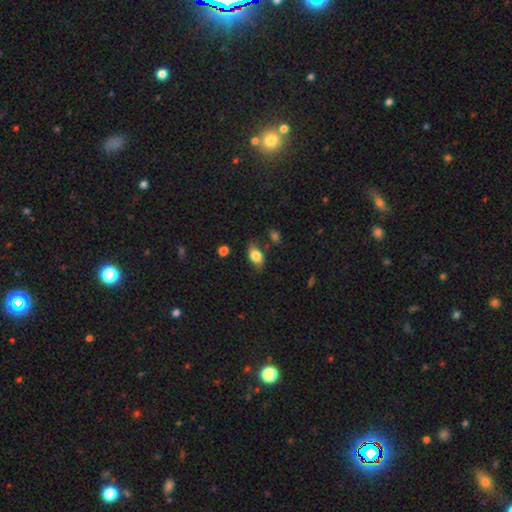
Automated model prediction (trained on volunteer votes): smooth 79%, featured or disk 13%, star or artifact 8%. Down the decision tree: how rounded — in between (86%); merging — none (70%).